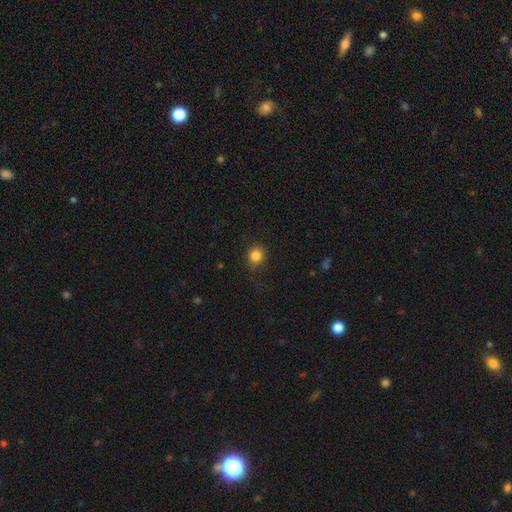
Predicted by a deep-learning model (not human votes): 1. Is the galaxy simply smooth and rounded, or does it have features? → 84% smooth, 11% star or artifact, 5% featured or disk.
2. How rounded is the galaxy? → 79% round, 20% in between, 1% cigar-shaped.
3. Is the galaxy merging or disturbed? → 86% none, 10% minor disturbance, 3% major disturbance, 1% merger.